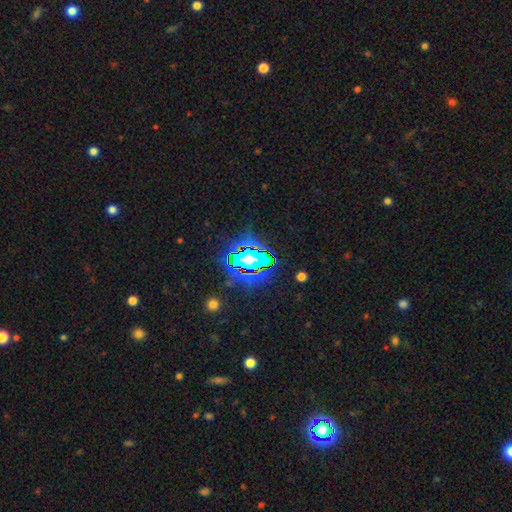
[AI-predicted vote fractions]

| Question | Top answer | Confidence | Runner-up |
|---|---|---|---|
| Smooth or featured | star or artifact | 82% | smooth (11%) |